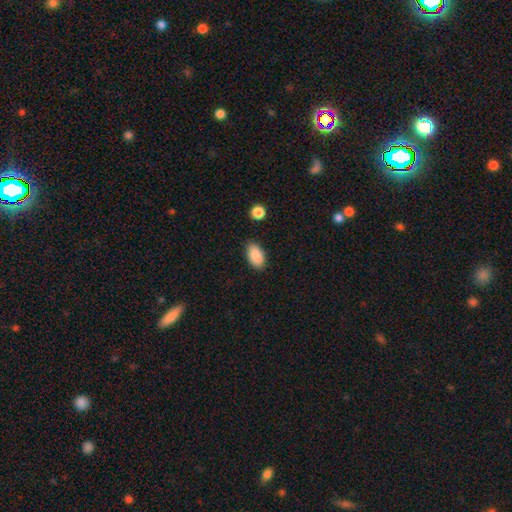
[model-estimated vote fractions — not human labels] This appears to be a smooth galaxy with no disk features (89%) that is in between round and cigar-shaped (93%). Merging: none (81%).